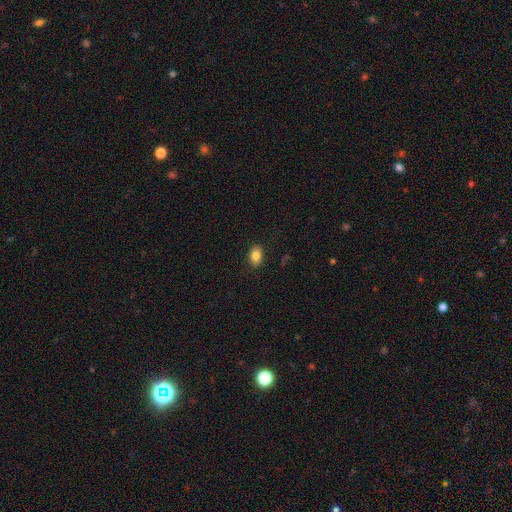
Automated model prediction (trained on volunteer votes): Morphology: type=smooth (84%); roundness=in between (75%); merging=none (88%).